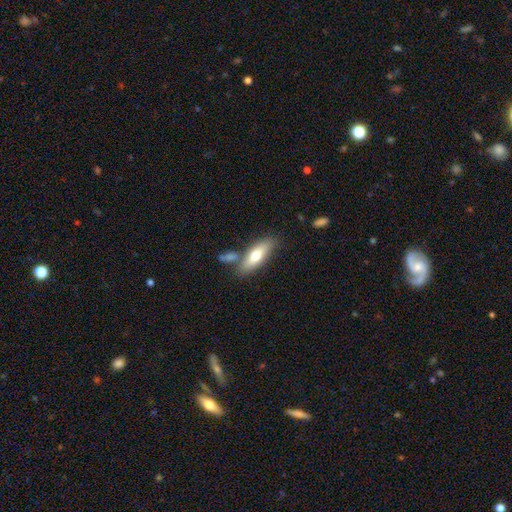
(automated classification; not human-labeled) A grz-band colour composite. It shows a smooth galaxy with no disk features (67%) that is in between round and cigar-shaped (62%). Merging: none (66%).